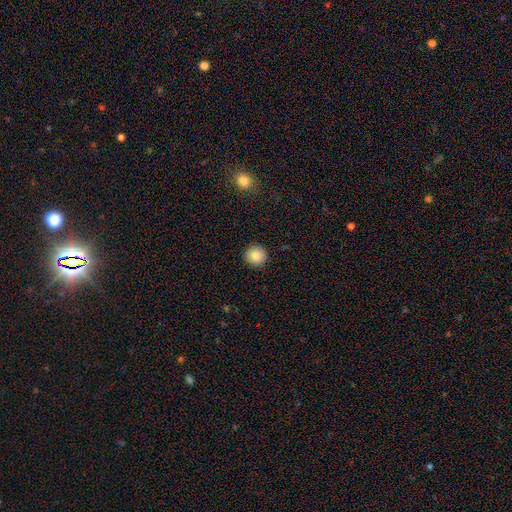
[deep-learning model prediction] Overall: smooth (86%). How rounded: round (93%). Merging: none (92%).